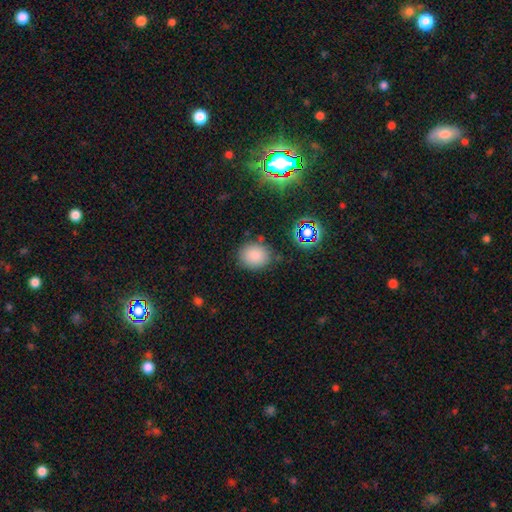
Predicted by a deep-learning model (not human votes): Q: Smooth or featured?
A: smooth (81%); runner-up: star or artifact (13%)
Q: How rounded?
A: round (65%); runner-up: in between (34%)
Q: Merging?
A: none (80%); runner-up: minor disturbance (13%)